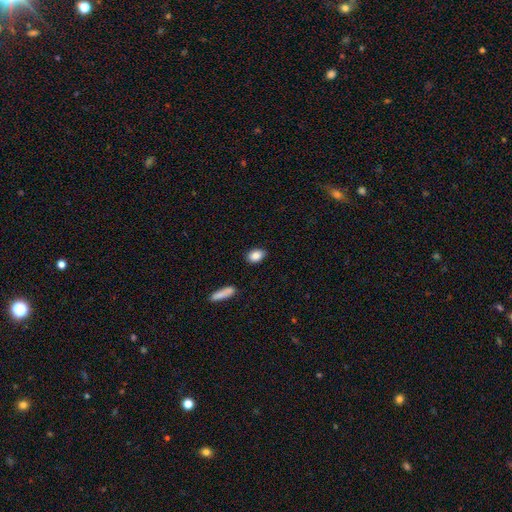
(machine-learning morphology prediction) Smooth or featured?
  - smooth: 86% *
  - star or artifact: 8%
  - featured or disk: 6%
How rounded?
  - in between: 79% *
  - round: 19%
  - cigar-shaped: 2%
Merging?
  - none: 85% *
  - minor disturbance: 11%
  - major disturbance: 2%
  - merger: 2%